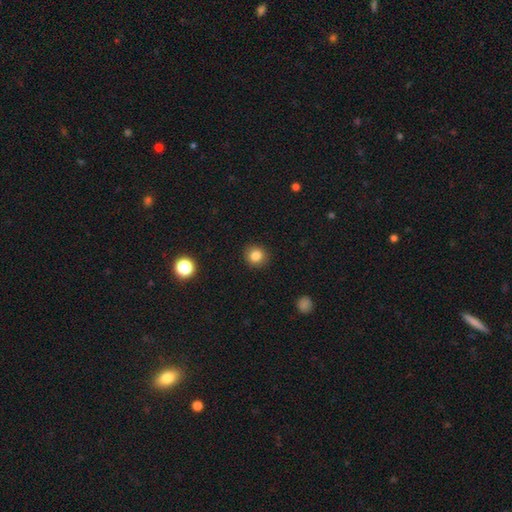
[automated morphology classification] Q: Smooth or featured?
A: smooth (84%); runner-up: star or artifact (11%)
Q: How rounded?
A: round (90%); runner-up: in between (9%)
Q: Merging?
A: none (91%); runner-up: minor disturbance (6%)